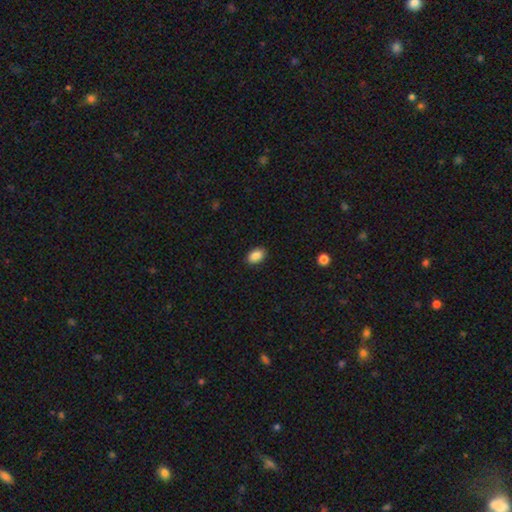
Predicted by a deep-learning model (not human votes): Smooth or featured?
  - smooth: 88% *
  - star or artifact: 8%
  - featured or disk: 4%
How rounded?
  - in between: 89% *
  - round: 10%
  - cigar-shaped: 1%
Merging?
  - none: 89% *
  - minor disturbance: 8%
  - major disturbance: 2%
  - merger: 1%